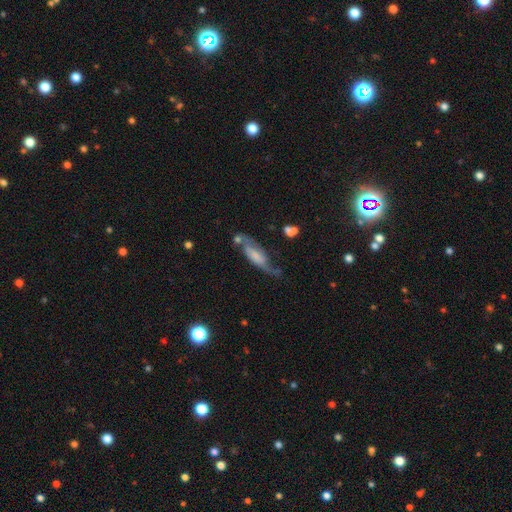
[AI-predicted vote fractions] Smooth or featured? featured or disk (71%)
Edge-on disk? no (83%)
Bar? no (46%)
Spiral arms? yes (91%)
Spiral winding? loose (49%)
Spiral arm count? 2 (83%)
Bulge size? none (29%)
Merging? none (51%)